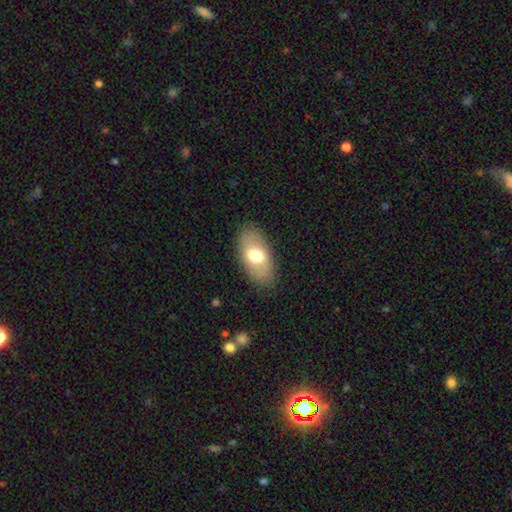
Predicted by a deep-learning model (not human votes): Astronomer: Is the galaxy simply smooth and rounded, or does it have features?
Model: smooth — 68%.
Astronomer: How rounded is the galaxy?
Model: in between — 92%.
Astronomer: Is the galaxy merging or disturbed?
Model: none — 85%.